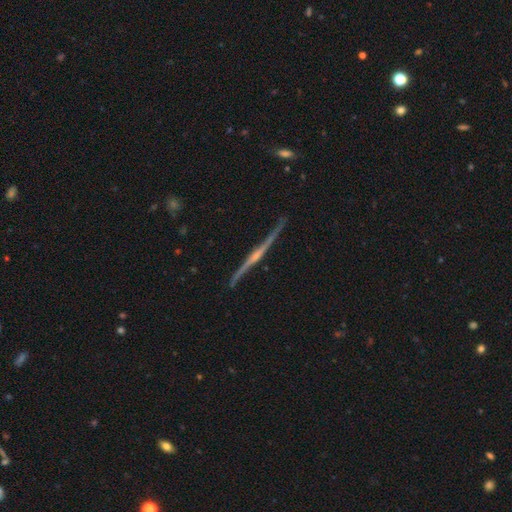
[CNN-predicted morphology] Smooth or featured: featured or disk — 87% (smooth — 7%)
Edge-on disk: yes — 98% (no — 2%)
Edge-on bulge: rounded — 74% (none — 18%)
Merging: none — 87% (minor disturbance — 10%)